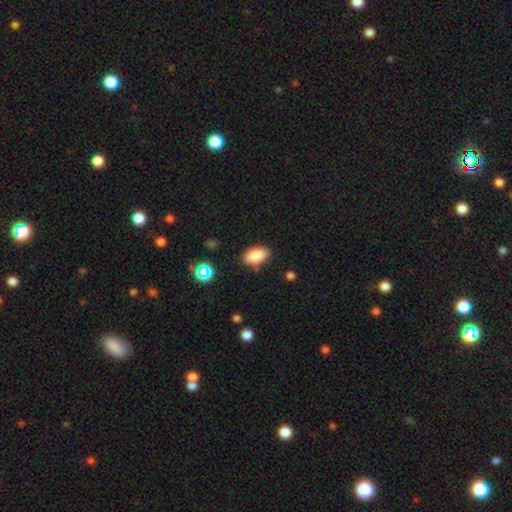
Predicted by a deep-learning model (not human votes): The model was most divided on "merging": none: 82%, minor disturbance: 13%, major disturbance: 3%, merger: 2%. More confident: how rounded — in between (93%); smooth or featured — smooth (85%).